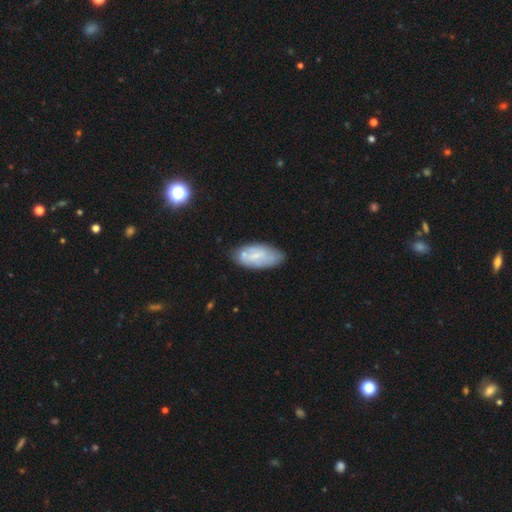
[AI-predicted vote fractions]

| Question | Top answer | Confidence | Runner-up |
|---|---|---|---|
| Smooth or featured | smooth | 51% | featured or disk (42%) |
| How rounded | in between | 90% | cigar-shaped (8%) |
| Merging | none | 66% | minor disturbance (23%) |